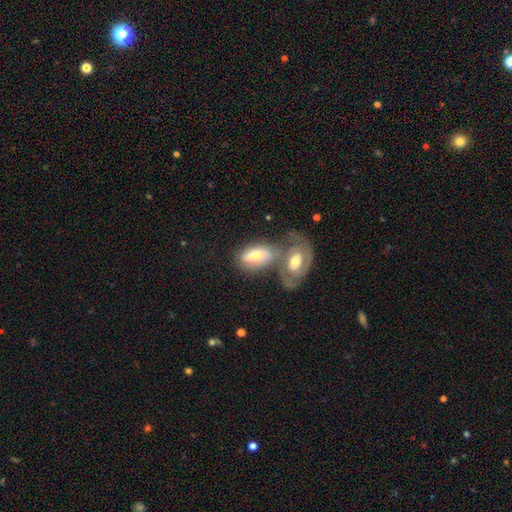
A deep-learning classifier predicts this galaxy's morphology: This appears to be a featured or disk galaxy (50%). Merging: merger (52%).